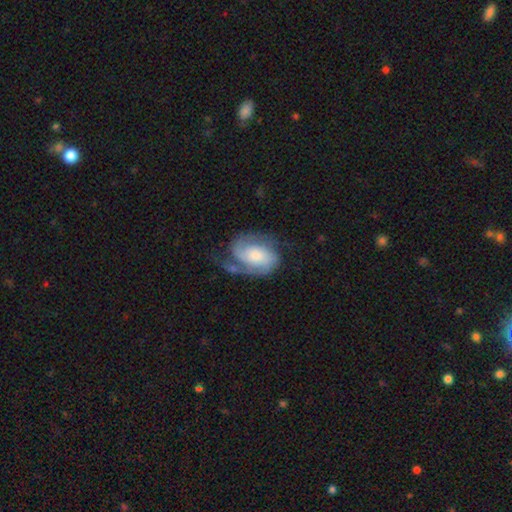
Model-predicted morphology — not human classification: Overall: featured or disk (76%). Edge-on disk: no (97%). Bar: no (65%; weak 28%). Spiral arms: yes (94%). Spiral arm count: 2 (75%). Spiral winding: medium (43%; tight 35%). Bulge size: moderate (33%; small 28%). Merging: none (48%; major disturbance 25%).